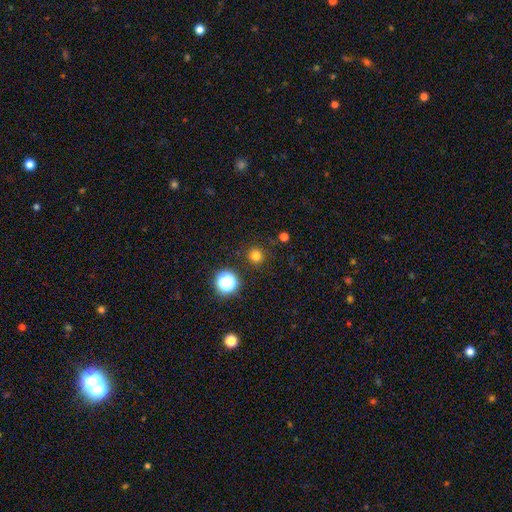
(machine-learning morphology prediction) smooth-or-featured: smooth: 77% | star or artifact: 19% | featured or disk: 4%
  how-rounded: round: 95% | in between: 4% | cigar-shaped: 1%
  merging: none: 89% | minor disturbance: 7% | major disturbance: 3% | merger: 2%